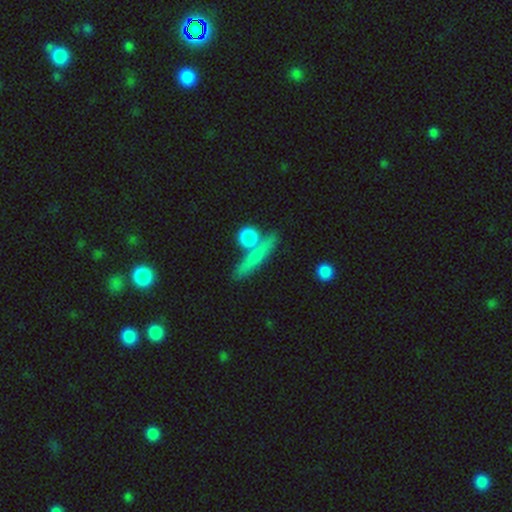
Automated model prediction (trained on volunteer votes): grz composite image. It shows a smooth galaxy with no disk features (62%) that is cigar-shaped (65%). Merging: none (66%).